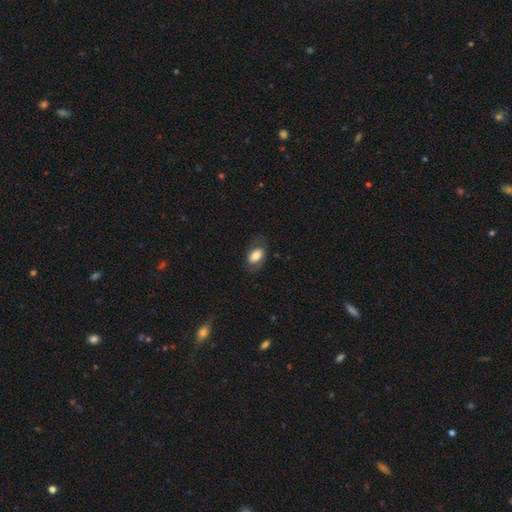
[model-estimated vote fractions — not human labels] Q: Smooth or featured?
A: smooth (67%); runner-up: featured or disk (26%)
Q: How rounded?
A: in between (90%); runner-up: round (8%)
Q: Merging?
A: none (72%); runner-up: minor disturbance (18%)